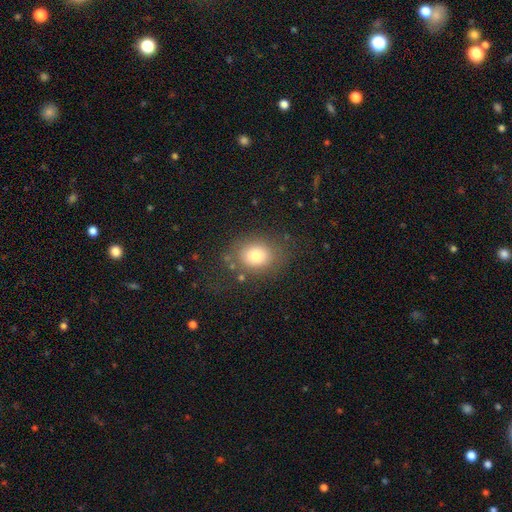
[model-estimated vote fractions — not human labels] The model was most divided on "how rounded": round: 53%, in between: 46%, cigar-shaped: 1%. More confident: smooth or featured — smooth (77%); merging — none (73%).